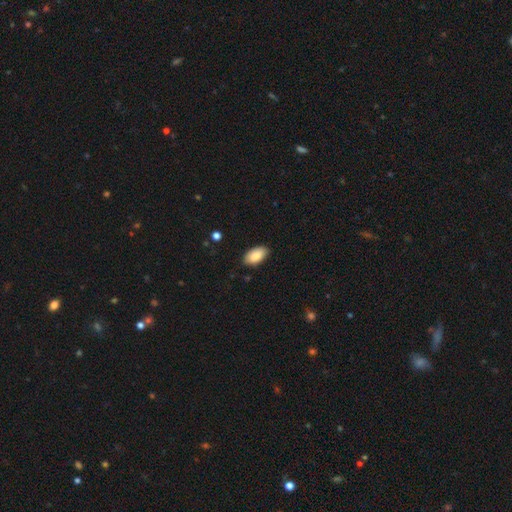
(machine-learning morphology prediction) Smooth or featured: smooth — 85% (featured or disk — 8%)
How rounded: in between — 95% (round — 3%)
Merging: none — 86% (minor disturbance — 11%)